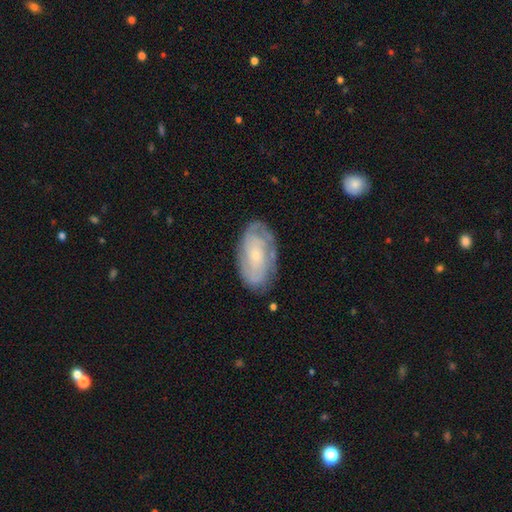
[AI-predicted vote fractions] Overall: featured or disk (73%). Edge-on disk: no (95%). Bar: no (75%). Spiral arms: yes (88%). Spiral arm count: can't tell (44%; 2 28%). Spiral winding: tight (66%; medium 26%). Bulge size: small (77%). Merging: none (75%).